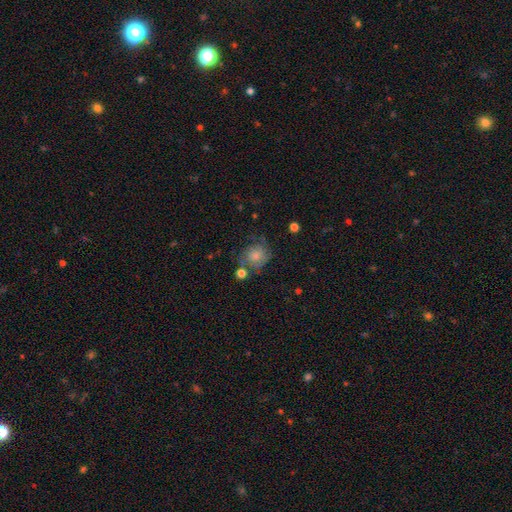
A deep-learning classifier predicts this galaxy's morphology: smooth-or-featured: smooth: 56% | featured or disk: 34% | star or artifact: 10%
  how-rounded: round: 76% | in between: 22% | cigar-shaped: 1%
  merging: none: 53% | minor disturbance: 24% | major disturbance: 14% | merger: 9%